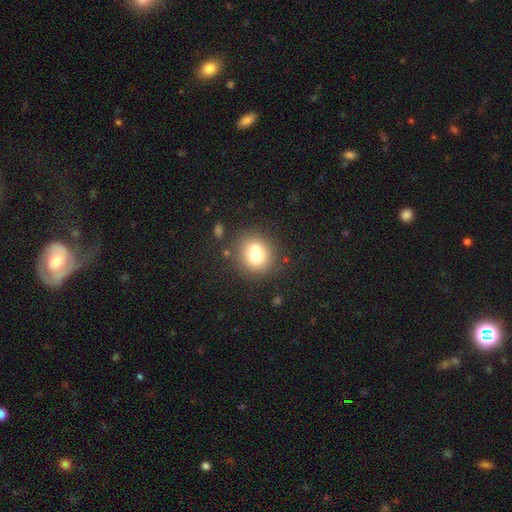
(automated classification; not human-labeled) Smooth or featured?
  - smooth: 68% *
  - featured or disk: 20%
  - star or artifact: 12%
How rounded?
  - round: 84% *
  - in between: 15%
  - cigar-shaped: 1%
Merging?
  - none: 50% *
  - merger: 36%
  - minor disturbance: 10%
  - major disturbance: 4%